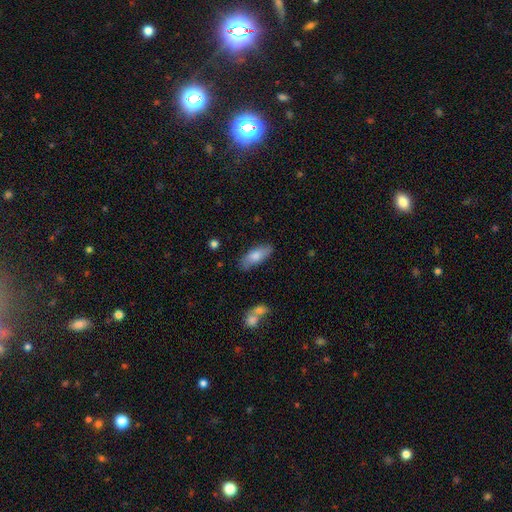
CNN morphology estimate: smooth 77%, featured or disk 17%, star or artifact 6%. Down the decision tree: how rounded — in between (73%); merging — none (78%).